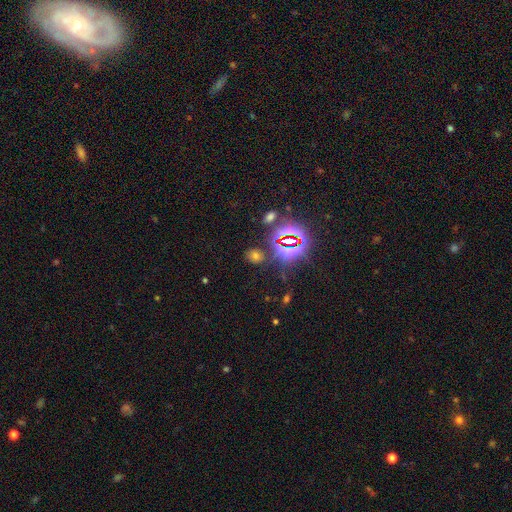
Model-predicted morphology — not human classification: type=smooth (49%); merging=none (79%).